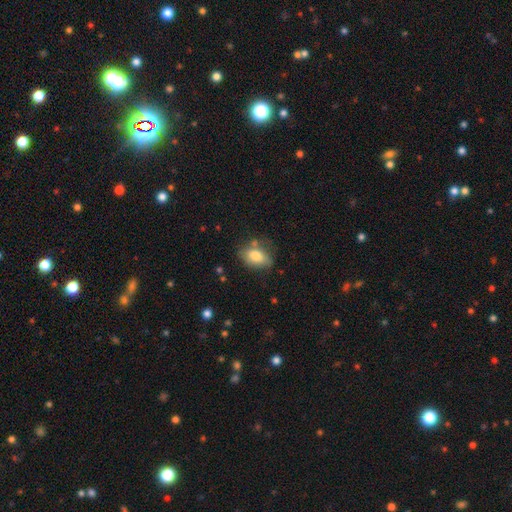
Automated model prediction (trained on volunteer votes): This appears to be a smooth galaxy with no disk features (79%) that is in between round and cigar-shaped (85%). Merging: none (62%).